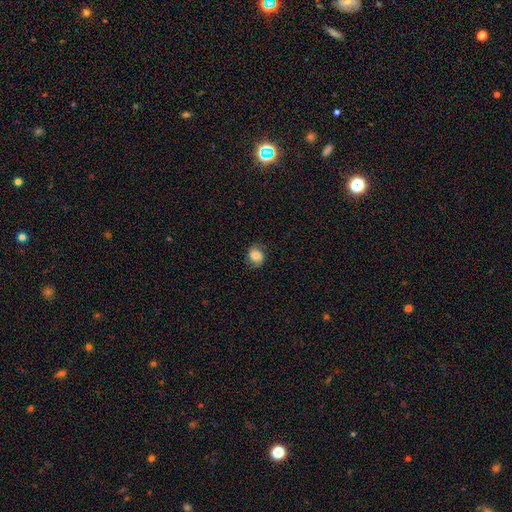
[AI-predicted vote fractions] smooth 72%, featured or disk 19%, star or artifact 10%. Down the decision tree: how rounded — round (63%); merging — none (77%).